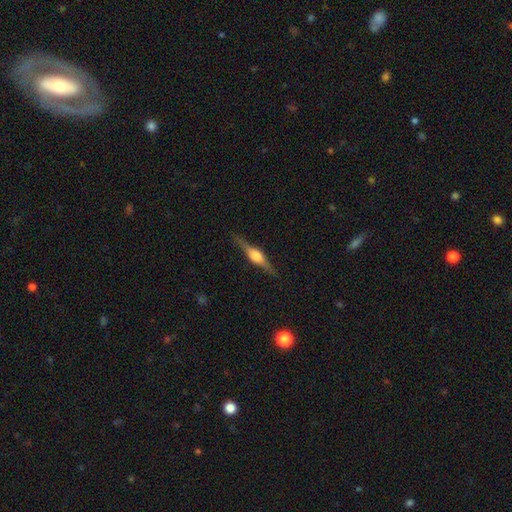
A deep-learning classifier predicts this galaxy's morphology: Q: Smooth or featured?
A: featured or disk (78%); runner-up: smooth (16%)
Q: Edge-on disk?
A: yes (98%); runner-up: no (2%)
Q: Edge-on bulge?
A: rounded (83%); runner-up: boxy (14%)
Q: Merging?
A: none (88%); runner-up: minor disturbance (9%)